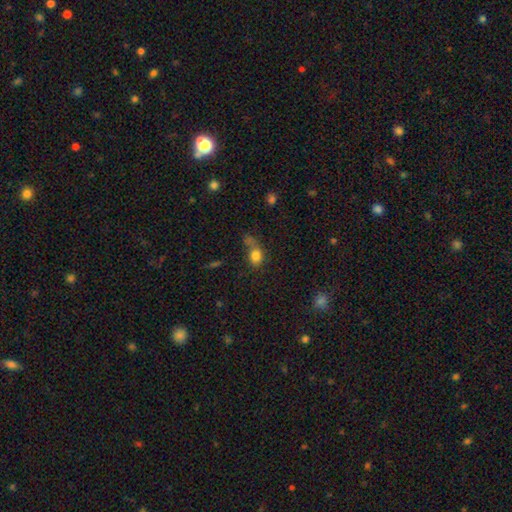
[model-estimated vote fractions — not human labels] The model was most divided on "merging": none: 41%, merger: 25%, minor disturbance: 20%, major disturbance: 14%. More confident: smooth or featured — smooth (80%); how rounded — in between (61%).